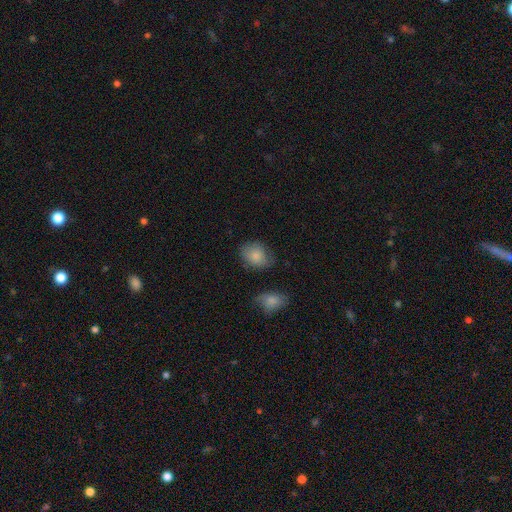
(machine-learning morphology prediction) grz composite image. It shows a smooth galaxy with no disk features (86%) that is in between round and cigar-shaped (61%). Merging: none (64%).